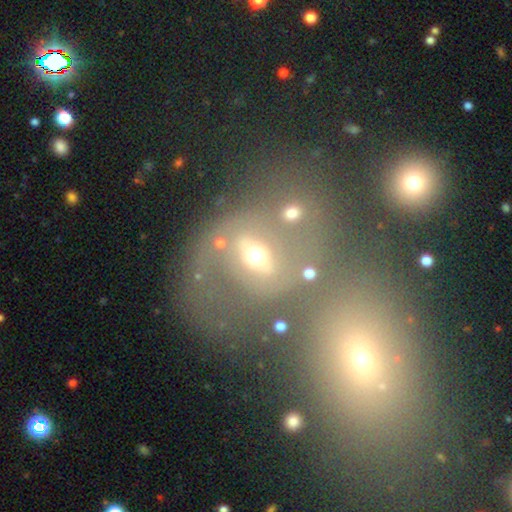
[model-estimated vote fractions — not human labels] Smooth or featured? featured or disk (47%)
Merging? merger (41%)